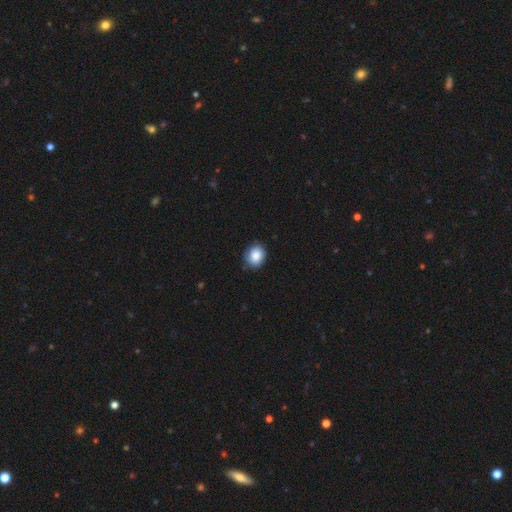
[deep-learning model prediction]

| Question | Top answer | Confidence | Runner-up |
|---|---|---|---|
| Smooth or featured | smooth | 85% | star or artifact (8%) |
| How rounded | round | 60% | in between (39%) |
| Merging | none | 81% | minor disturbance (16%) |